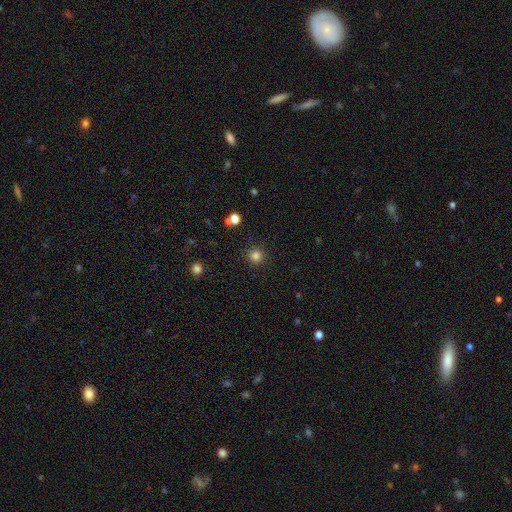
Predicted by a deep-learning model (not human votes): Smooth or featured: smooth — 82% (star or artifact — 14%)
How rounded: round — 95% (in between — 4%)
Merging: none — 90% (minor disturbance — 6%)